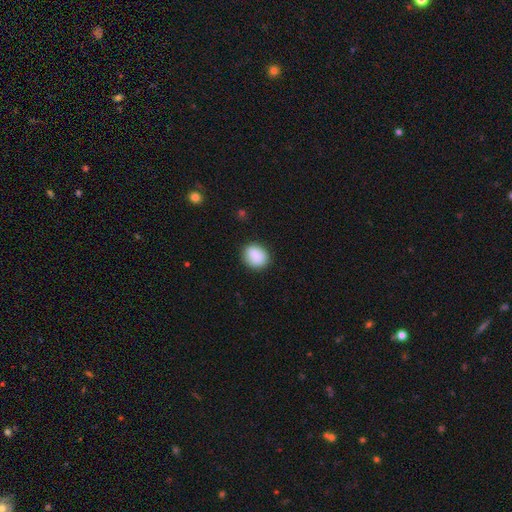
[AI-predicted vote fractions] A smooth galaxy with no disk features (88%) that is round (55%).

Vote fractions:
- Smooth or featured? smooth: 88% / star or artifact: 8% / featured or disk: 4%
- How rounded? round: 55% / in between: 44% / cigar-shaped: 1%
- Merging? none: 84% / minor disturbance: 12% / major disturbance: 3% / merger: 2%